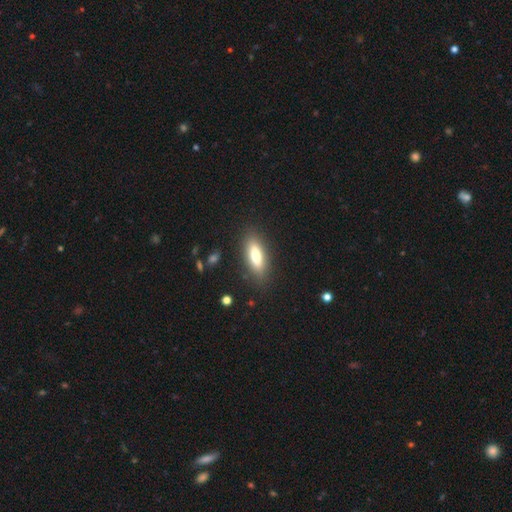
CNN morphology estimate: smooth-or-featured: smooth: 73% | featured or disk: 20% | star or artifact: 7%
  how-rounded: in between: 62% | cigar-shaped: 36% | round: 2%
  merging: none: 85% | minor disturbance: 10% | major disturbance: 3% | merger: 1%